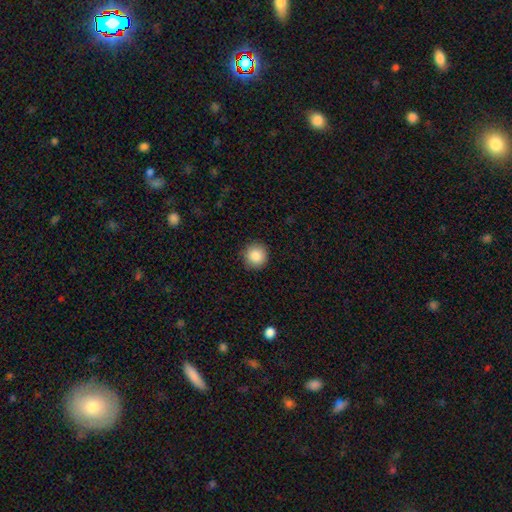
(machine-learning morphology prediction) This is clearly a smooth galaxy (87%). How rounded: clearly round (95%). Merging: clearly none (91%).